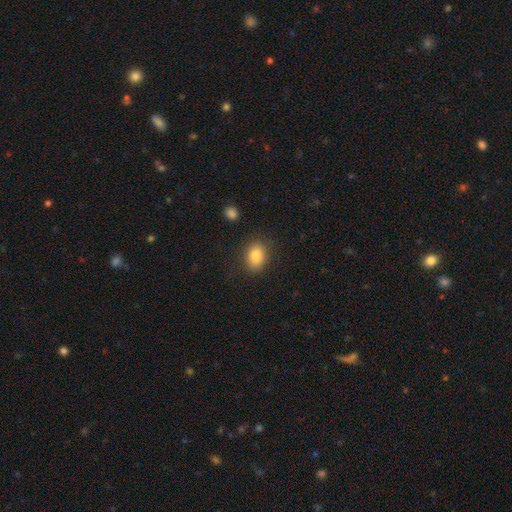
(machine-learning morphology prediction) A smooth galaxy with no disk features (84%) that is in between round and cigar-shaped (72%). Merging: none (83%).